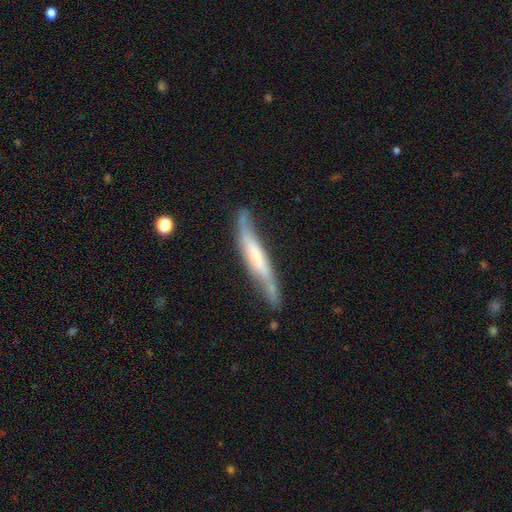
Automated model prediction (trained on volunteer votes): smooth-or-featured: featured or disk: 62% | smooth: 33% | star or artifact: 6%
  disk-edge-on: yes: 74% | no: 26%
  merging: none: 66% | minor disturbance: 24% | major disturbance: 6% | merger: 4%